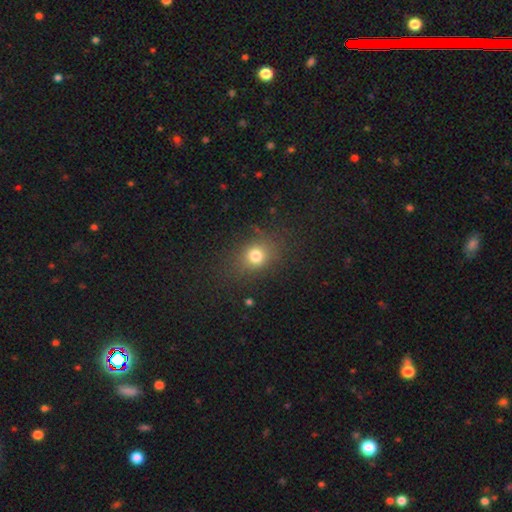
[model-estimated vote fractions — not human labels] Smooth or featured? Predicted: smooth (p=0.76). How rounded? Predicted: round (p=0.68). Merging? Predicted: none (p=0.80).